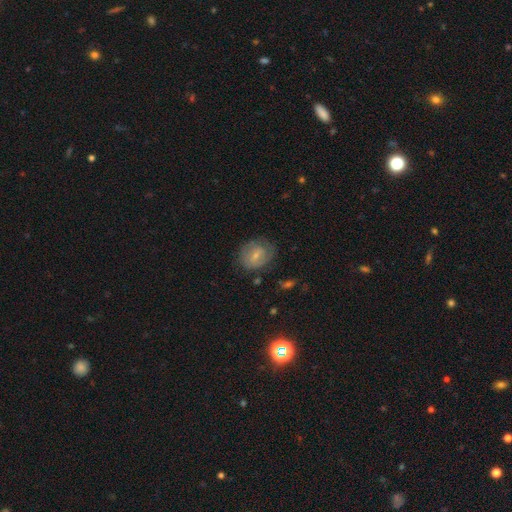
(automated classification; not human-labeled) smooth-or-featured: smooth: 50% | featured or disk: 41% | star or artifact: 9%
  how-rounded: round: 58% | in between: 41% | cigar-shaped: 1%
  merging: none: 67% | minor disturbance: 22% | major disturbance: 10% | merger: 2%